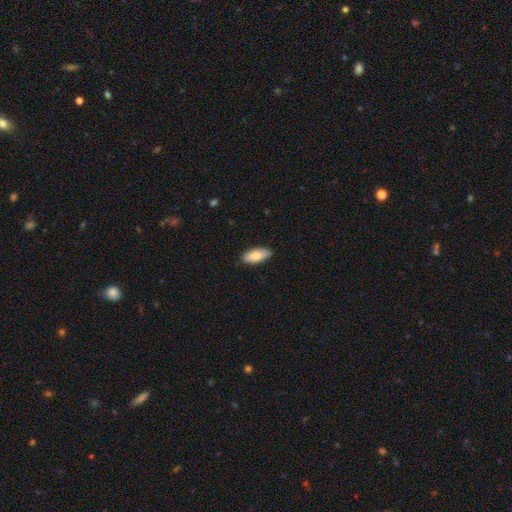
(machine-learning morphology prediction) smooth-or-featured: smooth: 82% | featured or disk: 13% | star or artifact: 6%
  how-rounded: in between: 85% | cigar-shaped: 13% | round: 2%
  merging: none: 87% | minor disturbance: 10% | major disturbance: 2% | merger: 1%